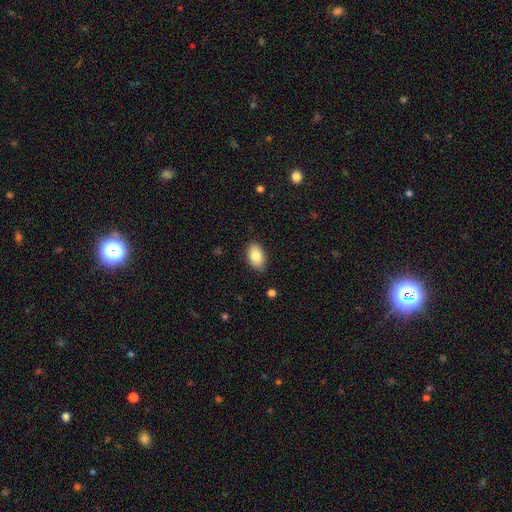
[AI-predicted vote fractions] Overall: smooth (83%). How rounded: in between (92%). Merging: none (83%).